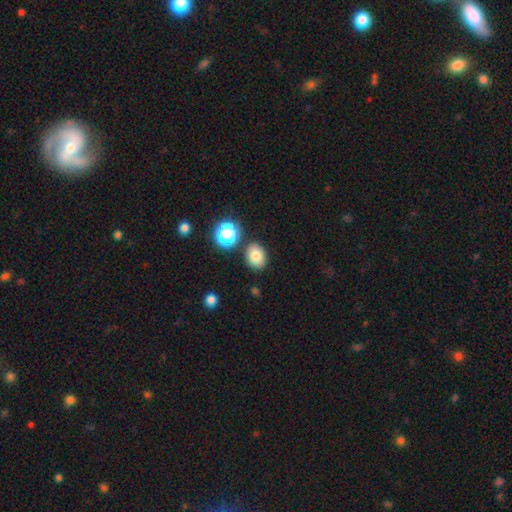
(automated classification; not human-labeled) A smooth galaxy with no disk features (80%) that is in between round and cigar-shaped (56%).

Vote fractions:
- Smooth or featured? smooth: 80% / star or artifact: 12% / featured or disk: 8%
- How rounded? in between: 56% / round: 43% / cigar-shaped: 1%
- Merging? none: 81% / minor disturbance: 10% / merger: 6% / major disturbance: 3%